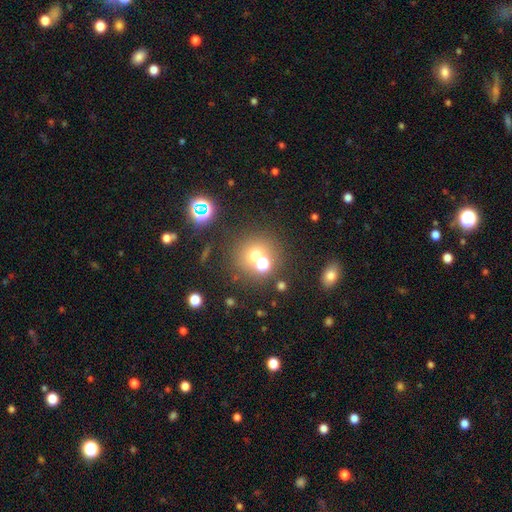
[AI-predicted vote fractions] smooth-or-featured: smooth: 59% | star or artifact: 27% | featured or disk: 14%
  how-rounded: round: 87% | in between: 12% | cigar-shaped: 1%
  merging: none: 58% | merger: 29% | minor disturbance: 8% | major disturbance: 4%